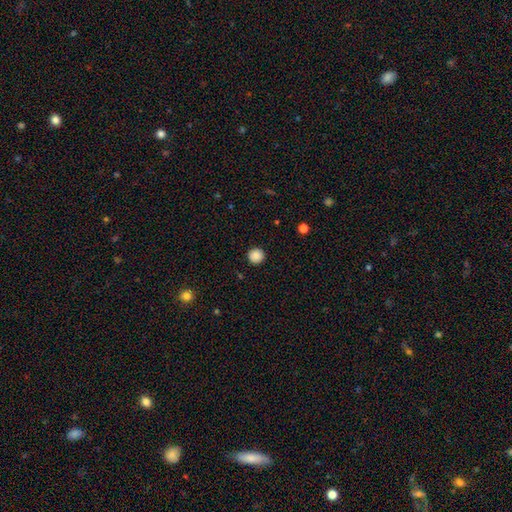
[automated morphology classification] A smooth galaxy with no disk features (87%) that is round (95%). Merging: none (92%).